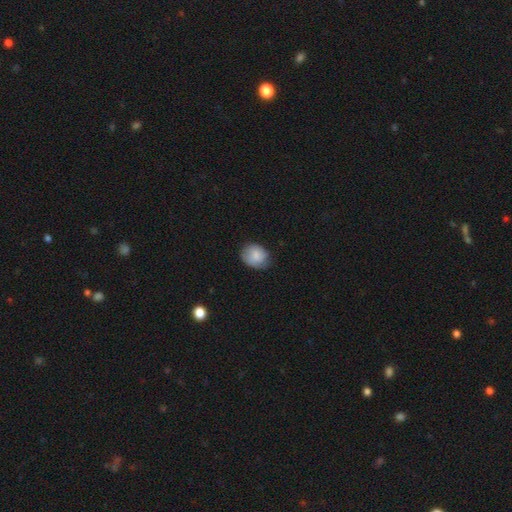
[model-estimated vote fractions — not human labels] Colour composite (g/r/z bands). It shows a smooth galaxy with no disk features (82%) that is round (54%). Merging: none (71%).